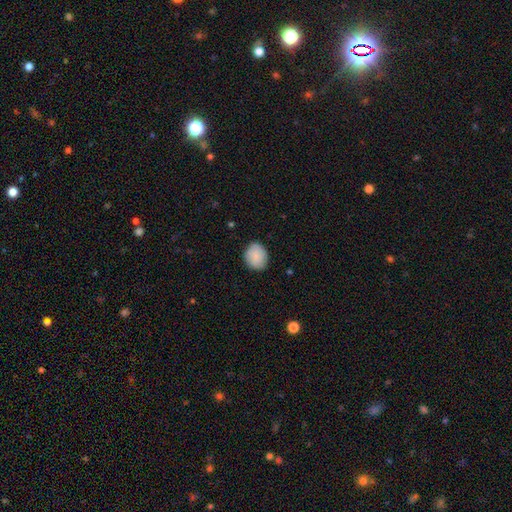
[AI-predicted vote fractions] smooth-or-featured: smooth: 88% | star or artifact: 6% | featured or disk: 5%
  how-rounded: round: 66% | in between: 33% | cigar-shaped: 1%
  merging: none: 85% | minor disturbance: 11% | major disturbance: 2% | merger: 1%